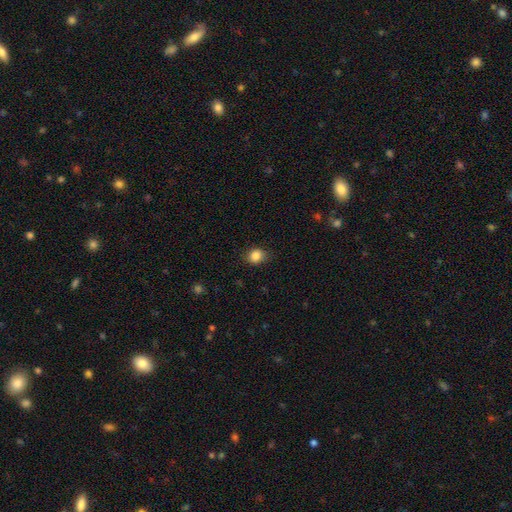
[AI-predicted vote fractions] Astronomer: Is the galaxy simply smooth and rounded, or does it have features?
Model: smooth — 85%.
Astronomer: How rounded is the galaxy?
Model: round — 61% (runner-up: in between, 38%).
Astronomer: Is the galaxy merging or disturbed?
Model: none — 81%.